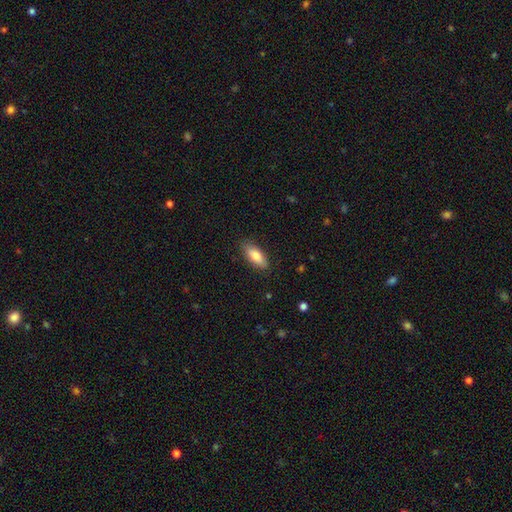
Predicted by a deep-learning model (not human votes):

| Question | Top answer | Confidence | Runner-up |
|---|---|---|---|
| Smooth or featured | smooth | 79% | featured or disk (15%) |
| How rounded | in between | 78% | cigar-shaped (20%) |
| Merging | none | 84% | minor disturbance (12%) |